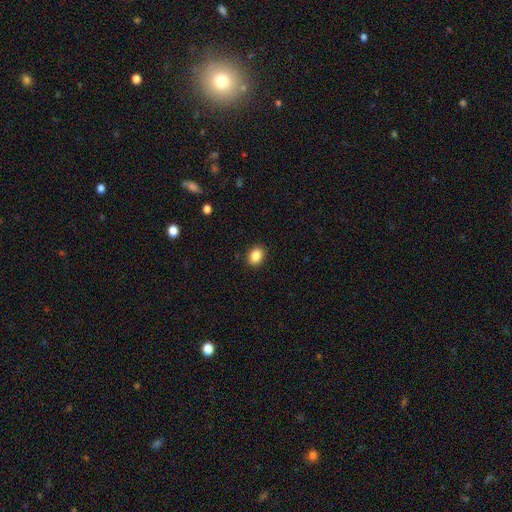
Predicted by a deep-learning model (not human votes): Q: Smooth or featured?
A: smooth (86%); runner-up: star or artifact (9%)
Q: How rounded?
A: in between (56%); runner-up: round (44%)
Q: Merging?
A: none (90%); runner-up: minor disturbance (7%)